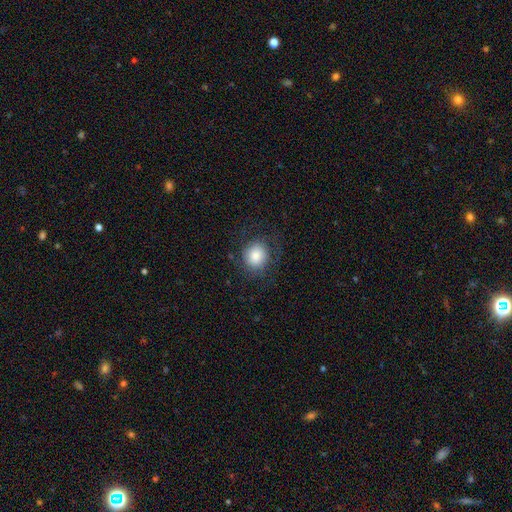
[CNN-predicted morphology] smooth_or_featured: smooth (p=0.81) [alt: featured or disk p=0.11]
how_rounded: round (p=0.81) [alt: in between p=0.18]
merging: none (p=0.75) [alt: minor disturbance p=0.15]